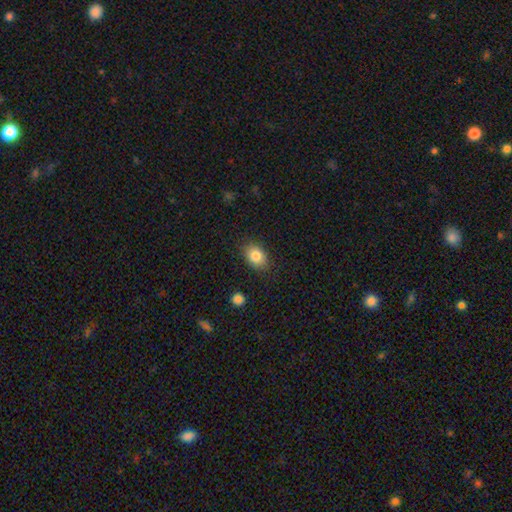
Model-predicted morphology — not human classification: Overall: smooth (83%). How rounded: in between (77%). Merging: none (84%).